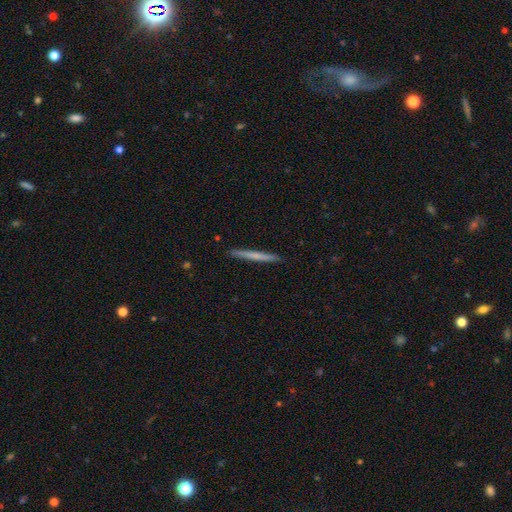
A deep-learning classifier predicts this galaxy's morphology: Q: Smooth or featured?
A: smooth (61%); runner-up: featured or disk (33%)
Q: How rounded?
A: cigar-shaped (97%); runner-up: in between (2%)
Q: Merging?
A: none (92%); runner-up: minor disturbance (5%)